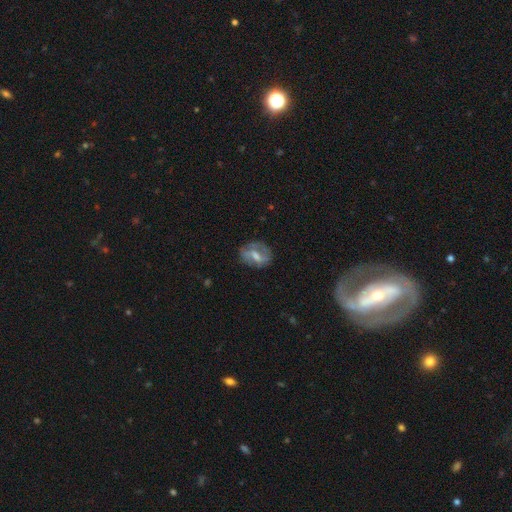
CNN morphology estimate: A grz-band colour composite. It shows a featured or disk galaxy (57%) with a weak bar (48%), spiral arms (62%) and a moderate central bulge (47%). Merging: none (61%).